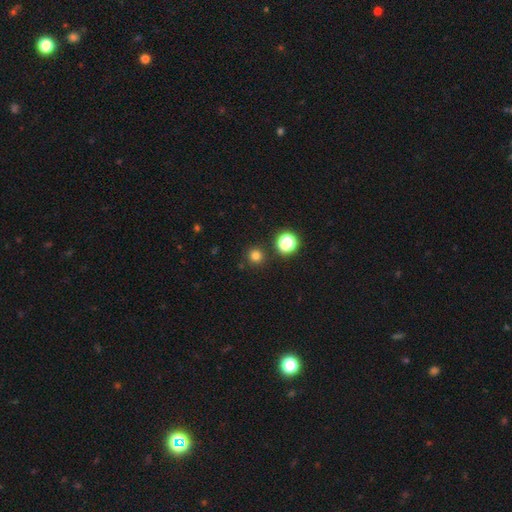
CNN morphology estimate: The model was most divided on "smooth or featured": smooth: 77%, star or artifact: 18%, featured or disk: 4%. More confident: how rounded — round (95%); merging — none (88%).